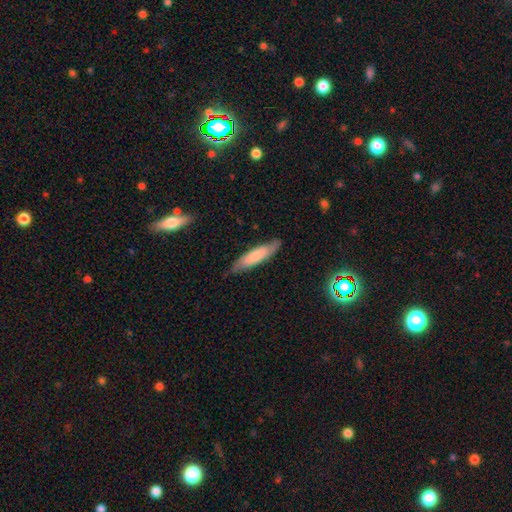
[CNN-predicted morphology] Q: Smooth or featured?
A: smooth (65%); runner-up: featured or disk (29%)
Q: How rounded?
A: cigar-shaped (75%); runner-up: in between (24%)
Q: Merging?
A: none (80%); runner-up: minor disturbance (16%)